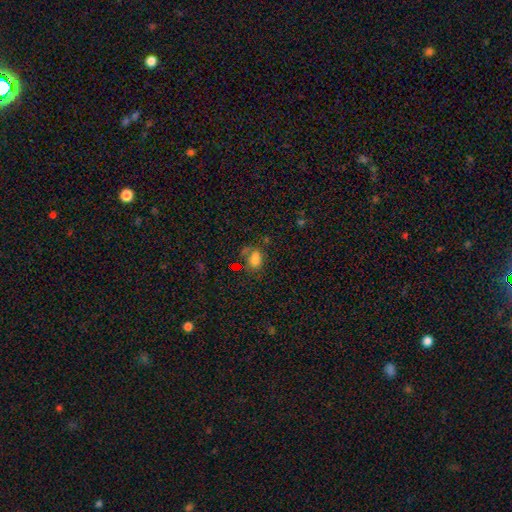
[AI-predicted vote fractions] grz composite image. It shows a smooth galaxy with no disk features (54%) that is in between round and cigar-shaped (57%). Merging: none (63%).